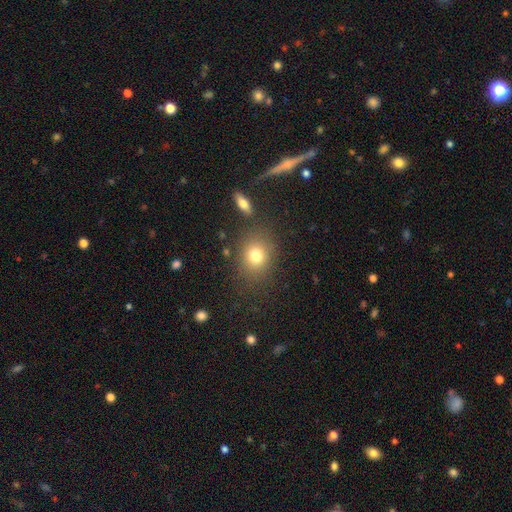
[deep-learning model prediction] A smooth galaxy with no disk features (77%) that is round (62%).

Vote fractions:
- Smooth or featured? smooth: 77% / star or artifact: 13% / featured or disk: 10%
- How rounded? round: 62% / in between: 37% / cigar-shaped: 1%
- Merging? none: 79% / minor disturbance: 11% / merger: 5% / major disturbance: 5%